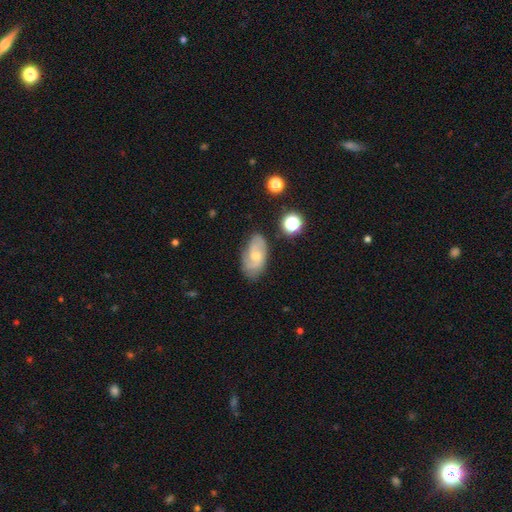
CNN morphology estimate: Overall: featured or disk (59%; smooth 33%). Edge-on disk: no (94%). Bar: no (61%; weak 34%). Spiral arms: yes (86%). Bulge size: small (53%; moderate 42%). Merging: none (70%).